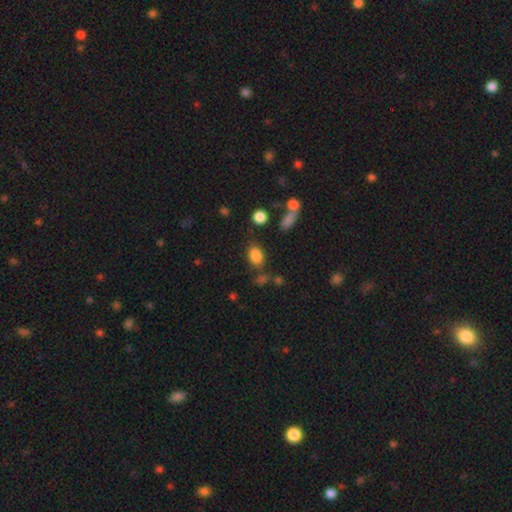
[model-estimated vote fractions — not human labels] Smooth or featured? Predicted: smooth (p=0.84). How rounded? Predicted: in between (p=0.81). Merging? Predicted: none (p=0.73).